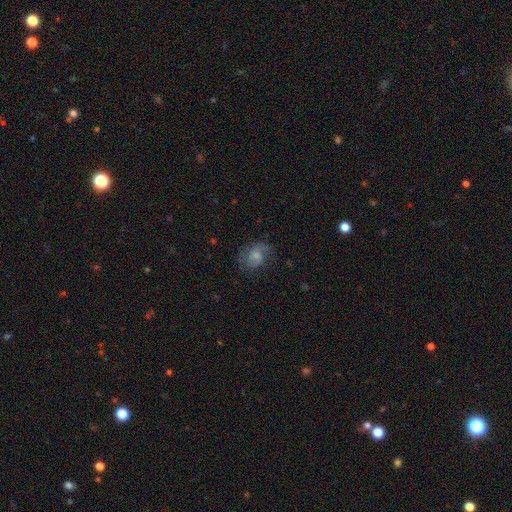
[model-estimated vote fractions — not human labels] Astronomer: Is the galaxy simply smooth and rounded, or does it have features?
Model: smooth — 45%, tied with featured or disk at 45%.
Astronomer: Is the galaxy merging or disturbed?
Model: none — 58%.